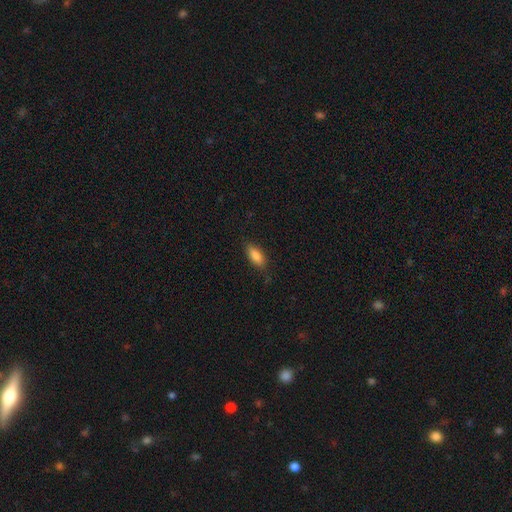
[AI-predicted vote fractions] Smooth or featured? smooth (84%)
How rounded? in between (79%)
Merging? none (79%)